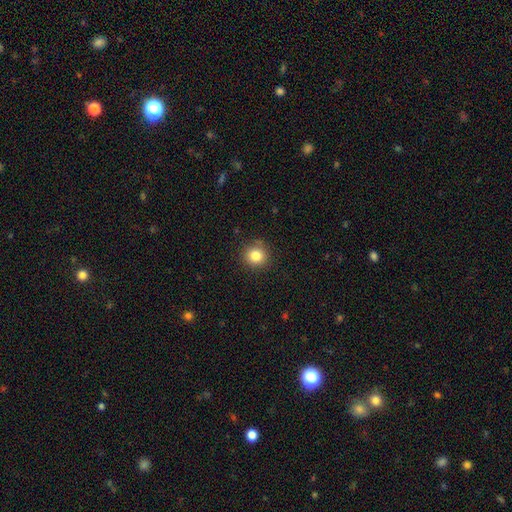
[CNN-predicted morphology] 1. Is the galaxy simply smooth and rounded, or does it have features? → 83% smooth, 11% star or artifact, 6% featured or disk.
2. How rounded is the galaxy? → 92% round, 7% in between, 1% cigar-shaped.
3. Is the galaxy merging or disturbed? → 87% none, 9% minor disturbance, 2% major disturbance, 1% merger.